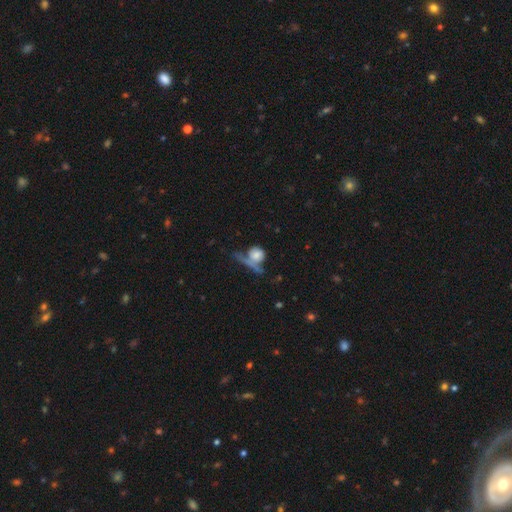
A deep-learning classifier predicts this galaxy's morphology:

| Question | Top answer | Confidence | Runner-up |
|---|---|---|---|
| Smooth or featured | smooth | 59% | featured or disk (31%) |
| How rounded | round | 70% | in between (26%) |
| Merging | none | 35% | merger (27%) |